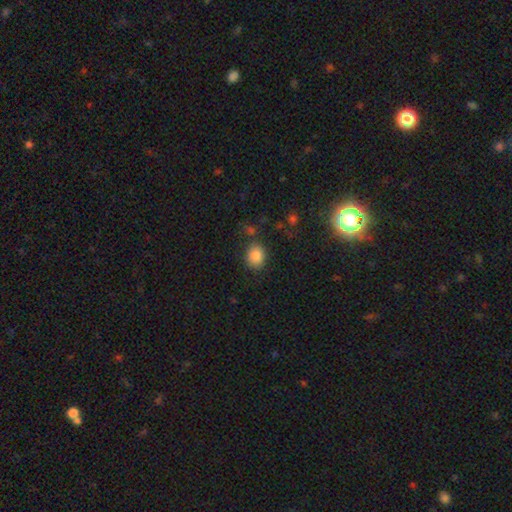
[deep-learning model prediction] A smooth galaxy with no disk features (85%) that is round (55%).

Vote fractions:
- Smooth or featured? smooth: 85% / star or artifact: 10% / featured or disk: 5%
- How rounded? round: 55% / in between: 44% / cigar-shaped: 1%
- Merging? none: 77% / minor disturbance: 14% / major disturbance: 4% / merger: 4%